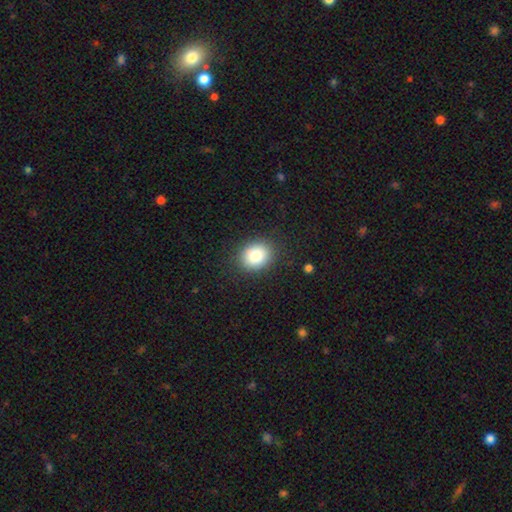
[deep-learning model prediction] A smooth galaxy with no disk features (83%) that is round (60%). Merging: none (87%).